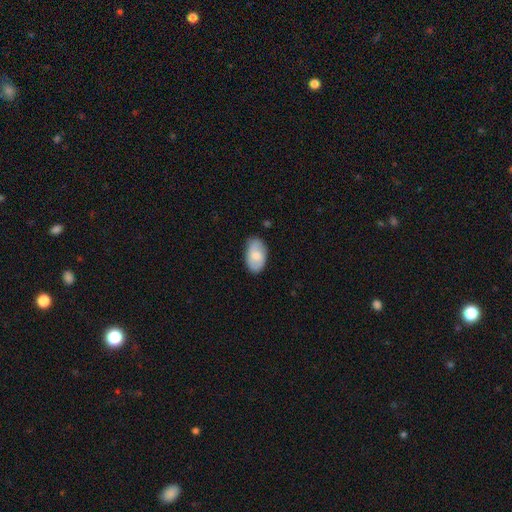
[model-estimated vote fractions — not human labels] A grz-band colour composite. It shows a smooth galaxy with no disk features (70%) that is in between round and cigar-shaped (93%). Merging: none (77%).